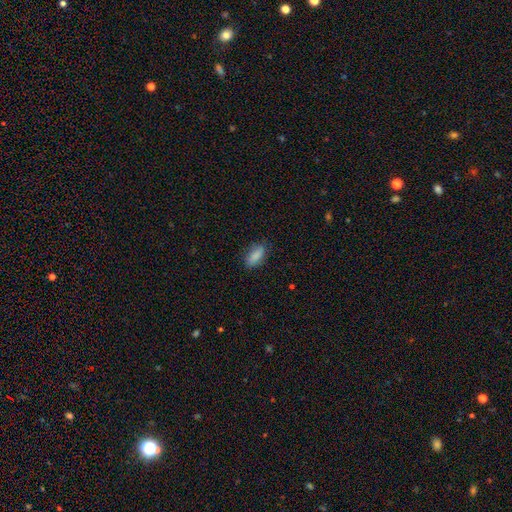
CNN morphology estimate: This appears to be a smooth galaxy with no disk features (85%) that is in between round and cigar-shaped (82%). Merging: none (80%).